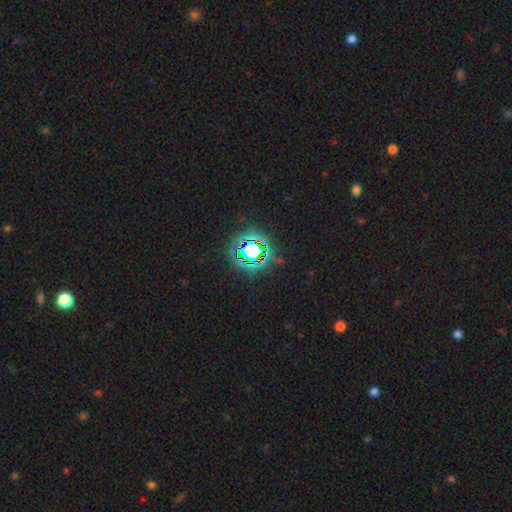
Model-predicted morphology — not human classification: Smooth or featured?
  - star or artifact: 79% *
  - smooth: 13%
  - featured or disk: 7%